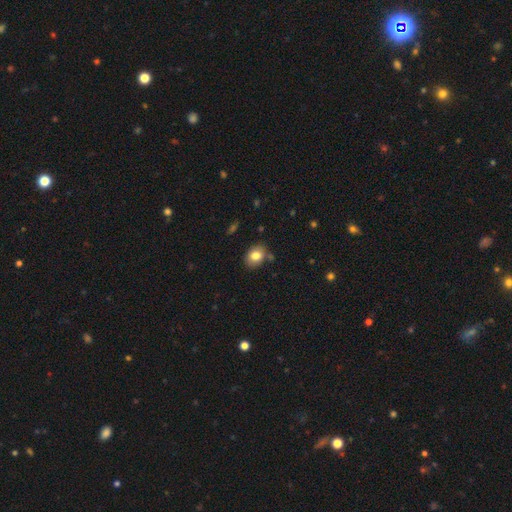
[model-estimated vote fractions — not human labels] A smooth galaxy with no disk features (81%) that is in between round and cigar-shaped (67%). Merging: none (80%).